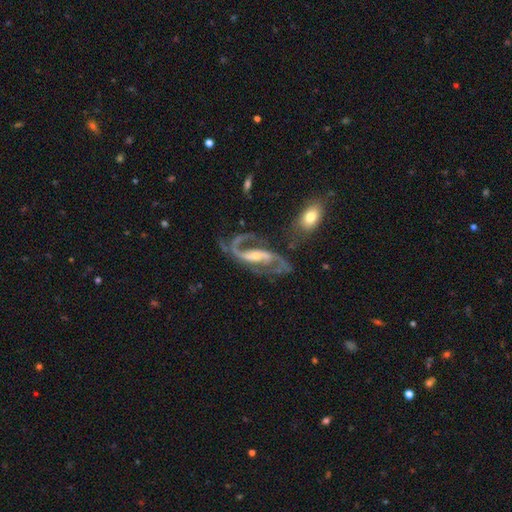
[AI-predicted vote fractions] smooth_or_featured: featured or disk (p=0.91) [alt: star or artifact p=0.05]
disk_edge_on: no (p=0.96) [alt: yes p=0.04]
bar: strong (p=0.47) [alt: weak p=0.32]
has_spiral_arms: yes (p=0.97) [alt: no p=0.03]
spiral_winding: medium (p=0.45) [alt: loose p=0.44]
spiral_arm_count: 2 (p=0.90) [alt: 1 p=0.04]
bulge_size: small (p=0.57) [alt: moderate p=0.35]
merging: none (p=0.52) [alt: major disturbance p=0.22]